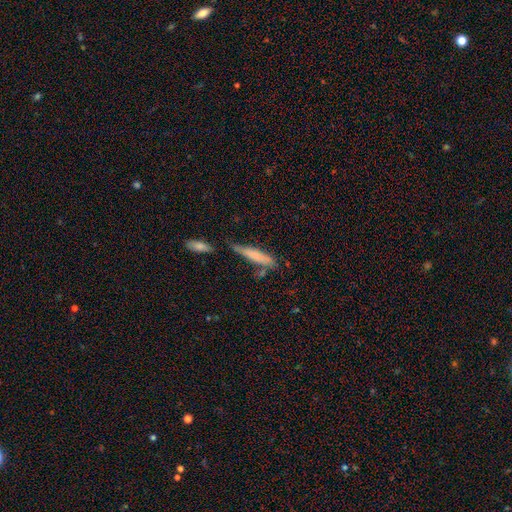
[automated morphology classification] smooth 74%, featured or disk 20%, star or artifact 7%. Down the decision tree: how rounded — cigar-shaped (85%); merging — none (54%).